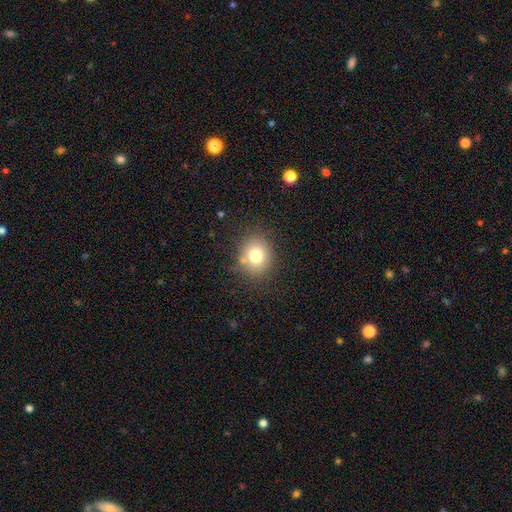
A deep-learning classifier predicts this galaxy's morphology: type=smooth (75%); roundness=round (73%); merging=none (79%).